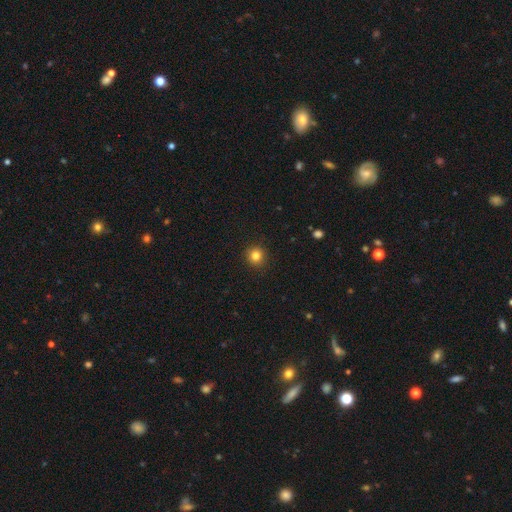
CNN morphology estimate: smooth_or_featured: smooth (p=0.83) [alt: star or artifact p=0.12]
how_rounded: round (p=0.93) [alt: in between p=0.06]
merging: none (p=0.92) [alt: minor disturbance p=0.05]